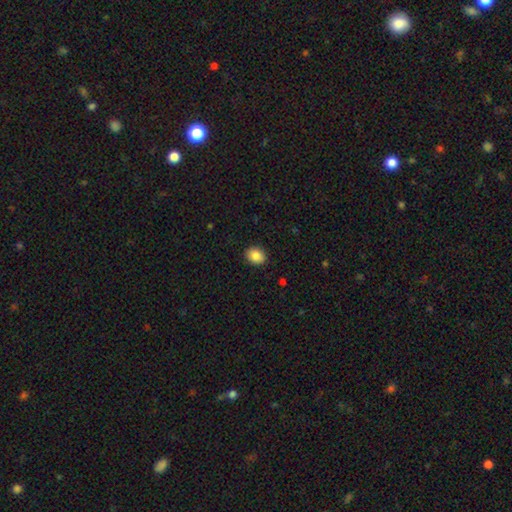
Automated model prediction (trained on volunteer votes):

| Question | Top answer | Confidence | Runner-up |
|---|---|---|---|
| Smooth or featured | smooth | 87% | star or artifact (8%) |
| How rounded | in between | 51% | round (48%) |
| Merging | none | 90% | minor disturbance (7%) |